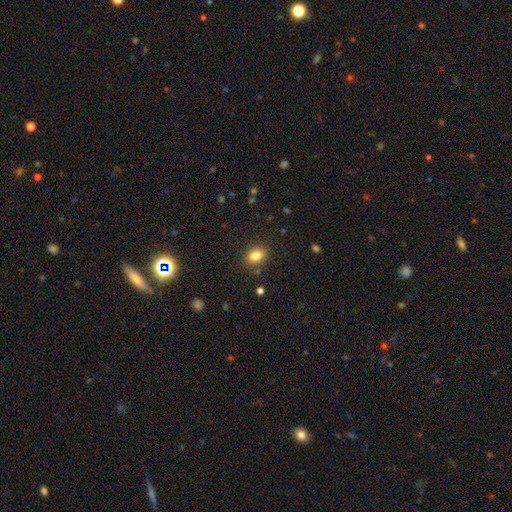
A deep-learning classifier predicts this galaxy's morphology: Smooth or featured: smooth — 83% (star or artifact — 11%)
How rounded: in between — 62% (round — 37%)
Merging: none — 86% (minor disturbance — 9%)